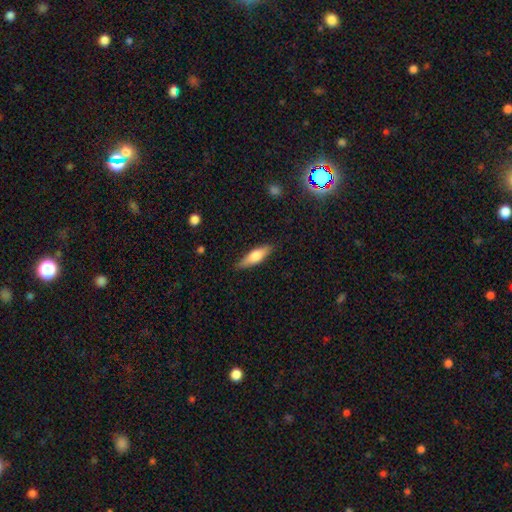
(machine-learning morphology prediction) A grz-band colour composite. It shows a smooth galaxy with no disk features (63%) that is cigar-shaped (53%). Merging: none (84%).